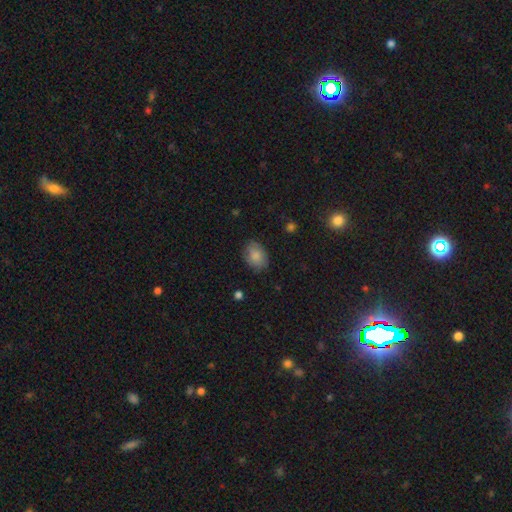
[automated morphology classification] Smooth or featured? Predicted: smooth (p=0.84). How rounded? Predicted: in between (p=0.74). Merging? Predicted: none (p=0.80).